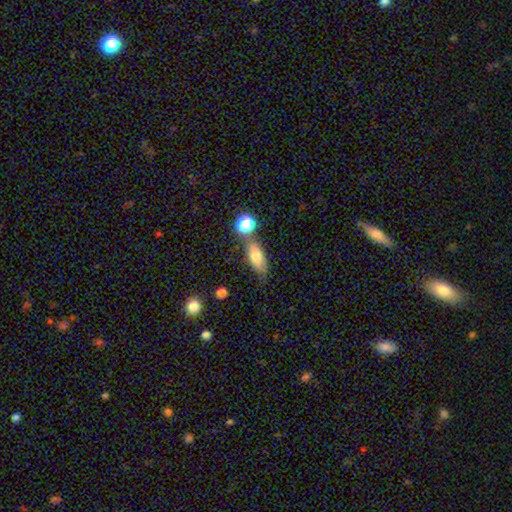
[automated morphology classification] A smooth galaxy with no disk features (74%) that is in between round and cigar-shaped (78%).

Vote fractions:
- Smooth or featured? smooth: 74% / featured or disk: 16% / star or artifact: 10%
- How rounded? in between: 78% / cigar-shaped: 16% / round: 6%
- Merging? none: 60% / minor disturbance: 19% / merger: 15% / major disturbance: 6%